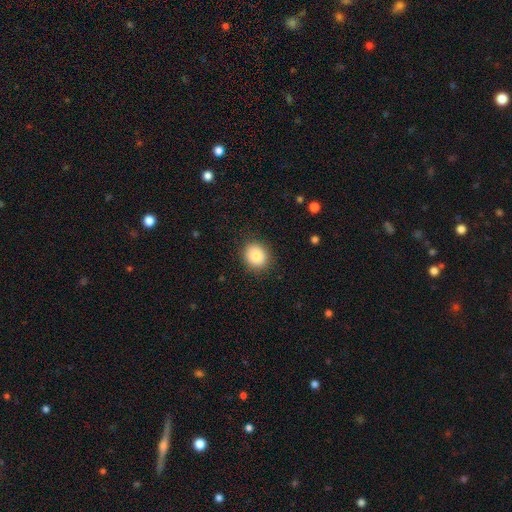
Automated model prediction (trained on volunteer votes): This appears to be a smooth galaxy with no disk features (81%) that is round (80%). Merging: none (89%).